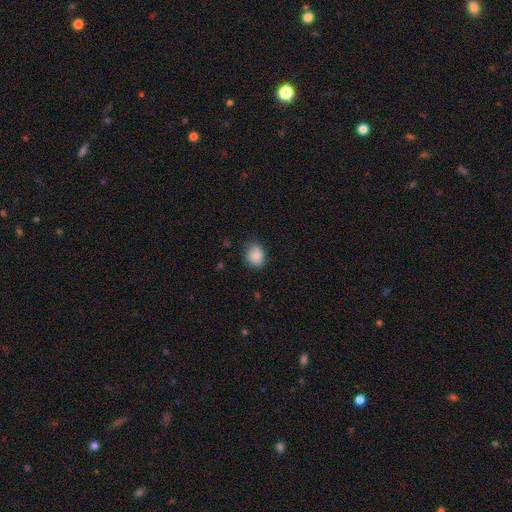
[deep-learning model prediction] smooth 84%, star or artifact 8%, featured or disk 8%. Down the decision tree: how rounded — round (58%); merging — none (81%).